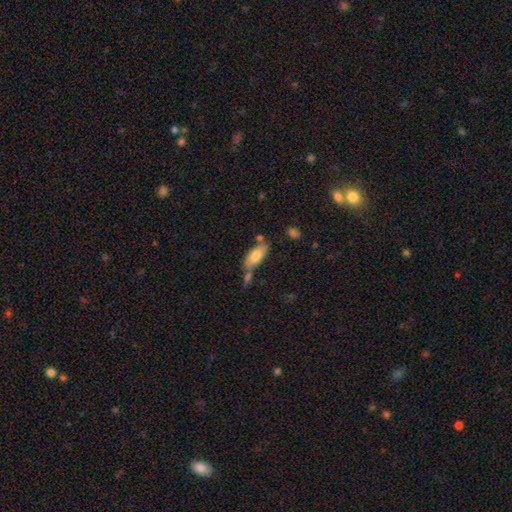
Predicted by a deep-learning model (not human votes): smooth_or_featured: smooth (p=0.76) [alt: featured or disk p=0.17]
how_rounded: in between (p=0.82) [alt: cigar-shaped p=0.16]
merging: none (p=0.55) [alt: merger p=0.23]